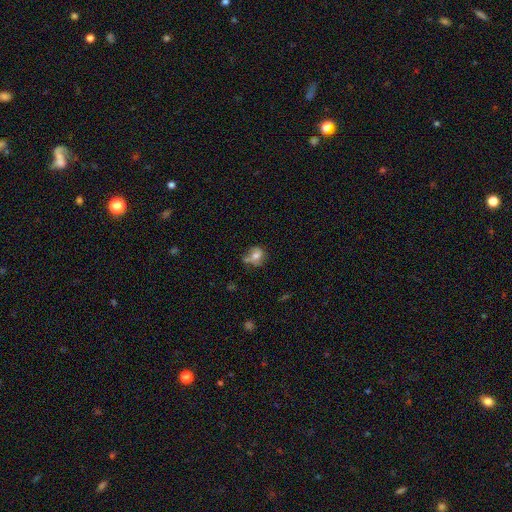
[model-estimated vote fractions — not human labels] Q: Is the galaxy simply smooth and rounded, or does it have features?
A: smooth — 57%.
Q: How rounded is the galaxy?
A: round — 60%.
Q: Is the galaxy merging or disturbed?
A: none — 48%.